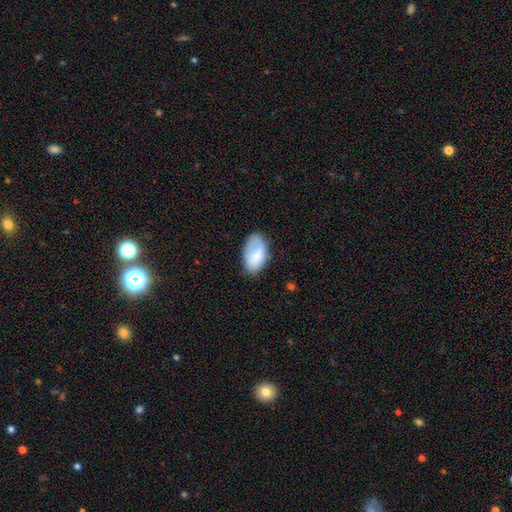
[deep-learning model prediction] Smooth or featured? Predicted: smooth (p=0.80). How rounded? Predicted: in between (p=0.94). Merging? Predicted: none (p=0.67).